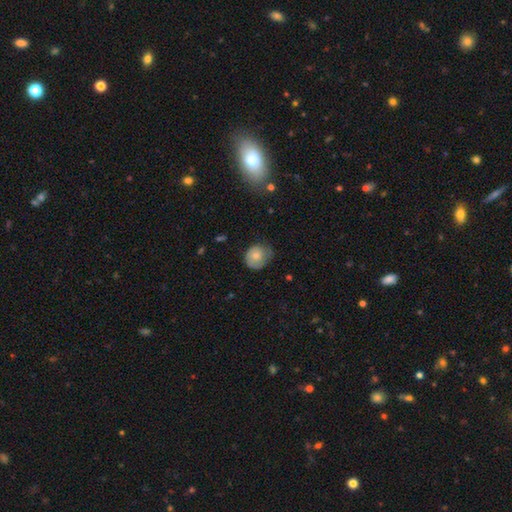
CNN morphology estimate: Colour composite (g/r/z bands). It shows a smooth galaxy with no disk features (70%) that is round (70%). Merging: none (51%).